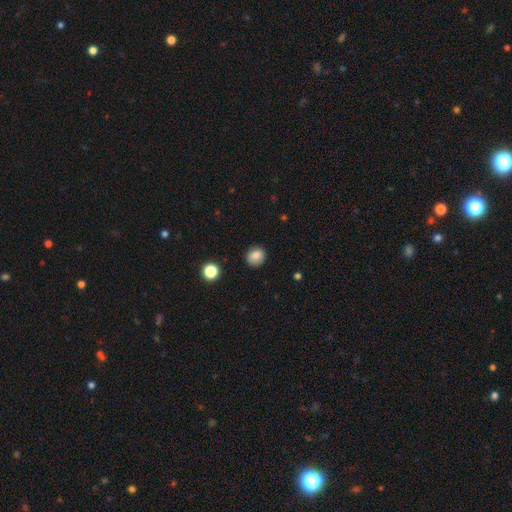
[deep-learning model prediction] This is clearly a smooth galaxy (83%). How rounded: clearly round (83%). Merging: clearly none (89%).